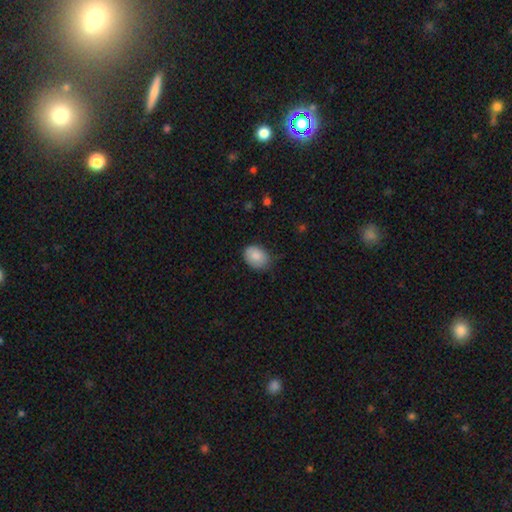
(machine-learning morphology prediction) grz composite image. It shows a smooth galaxy with no disk features (85%) that is in between round and cigar-shaped (73%). Merging: none (66%).